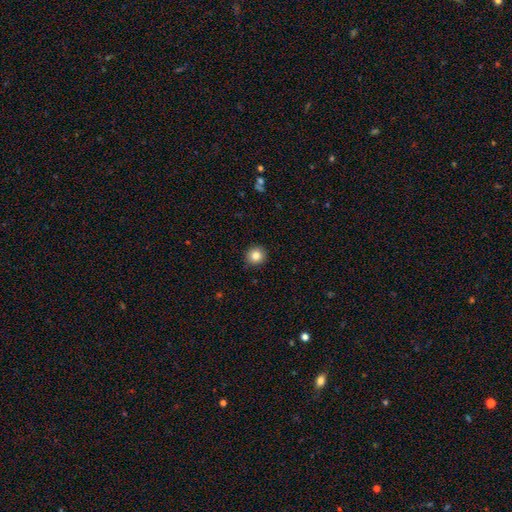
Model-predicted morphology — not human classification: smooth-or-featured: smooth: 83% | star or artifact: 10% | featured or disk: 7%
  how-rounded: round: 92% | in between: 7% | cigar-shaped: 1%
  merging: none: 92% | minor disturbance: 6% | major disturbance: 2% | merger: 1%